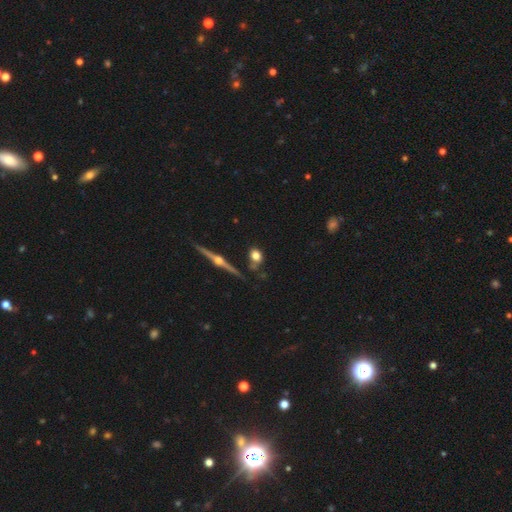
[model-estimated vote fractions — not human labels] Smooth or featured? Predicted: smooth (p=0.59). How rounded? Predicted: round (p=0.55). Merging? Predicted: none (p=0.69).